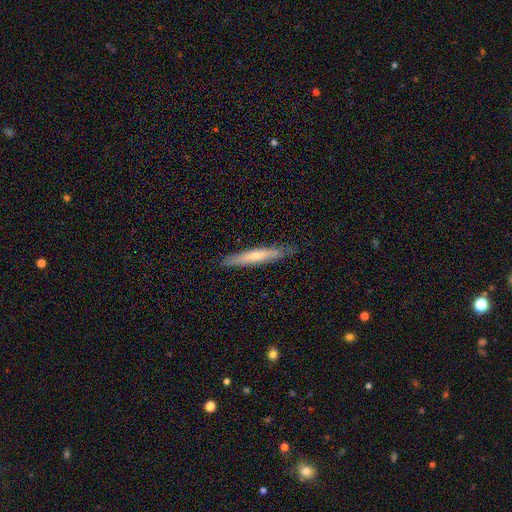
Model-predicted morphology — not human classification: Smooth or featured? Predicted: smooth (p=0.56). How rounded? Predicted: cigar-shaped (p=0.93). Merging? Predicted: none (p=0.84).